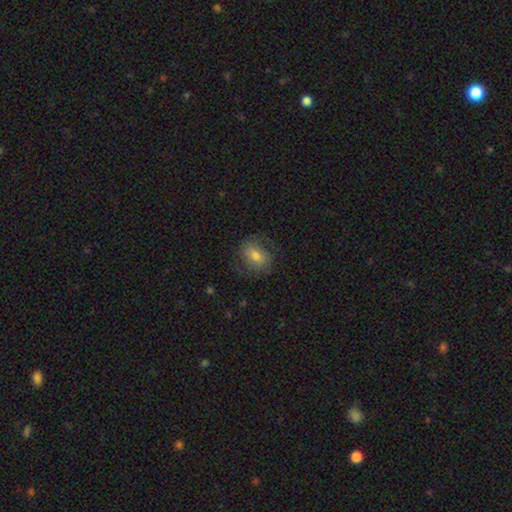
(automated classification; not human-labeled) Smooth or featured? Predicted: smooth (p=0.63). How rounded? Predicted: in between (p=0.70). Merging? Predicted: none (p=0.70).